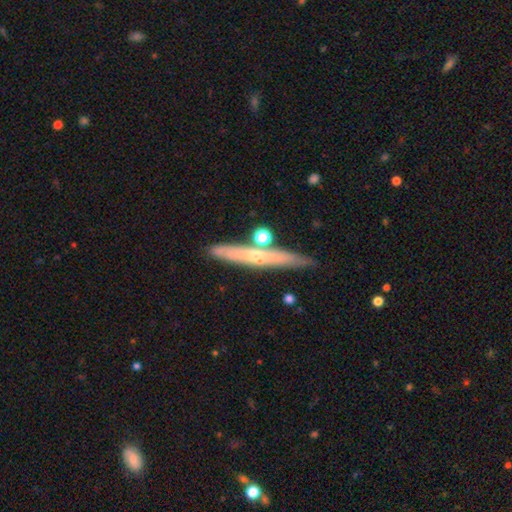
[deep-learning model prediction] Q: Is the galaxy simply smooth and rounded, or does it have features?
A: featured or disk — 53%.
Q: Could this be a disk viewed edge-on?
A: yes — 91%.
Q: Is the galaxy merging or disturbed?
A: none — 77%.